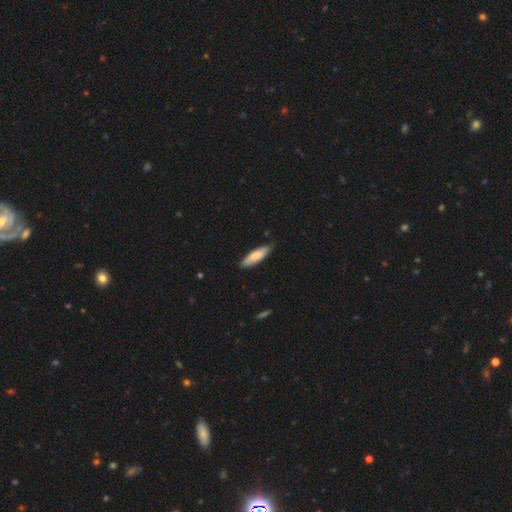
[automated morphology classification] This appears to be a smooth galaxy with no disk features (80%) that is cigar-shaped (60%). Merging: none (80%).